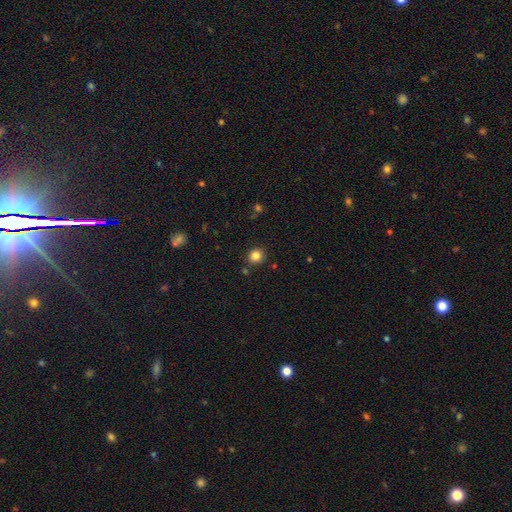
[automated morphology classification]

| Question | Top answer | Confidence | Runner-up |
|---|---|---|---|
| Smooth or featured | smooth | 83% | star or artifact (12%) |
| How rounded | round | 83% | in between (16%) |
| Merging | none | 86% | minor disturbance (8%) |